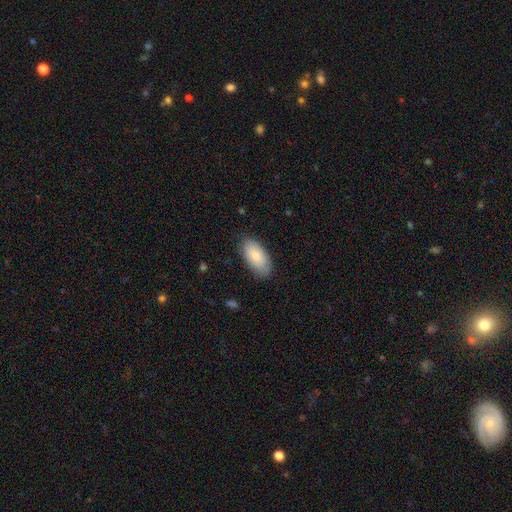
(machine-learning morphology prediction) The model was most divided on "merging": none: 82%, minor disturbance: 14%, major disturbance: 3%, merger: 1%. More confident: how rounded — in between (94%); smooth or featured — smooth (81%).